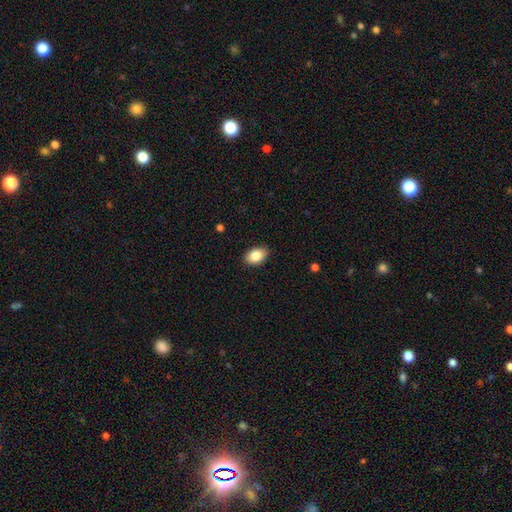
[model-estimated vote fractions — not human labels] smooth 86%, star or artifact 8%, featured or disk 6%. Down the decision tree: how rounded — in between (85%); merging — none (88%).